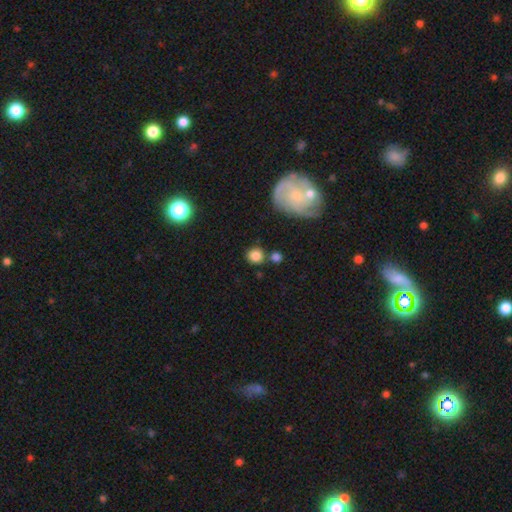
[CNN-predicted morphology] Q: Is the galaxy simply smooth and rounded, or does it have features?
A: smooth — 81%.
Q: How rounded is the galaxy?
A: round — 88%.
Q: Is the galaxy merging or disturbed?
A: none — 72%.